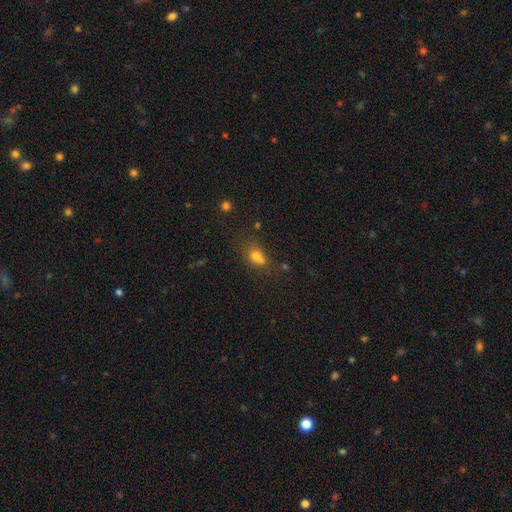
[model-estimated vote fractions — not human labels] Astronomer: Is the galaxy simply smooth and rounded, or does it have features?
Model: smooth — 71%.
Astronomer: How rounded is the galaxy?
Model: round — 56% (runner-up: in between, 42%).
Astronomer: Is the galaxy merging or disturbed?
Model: merger — 43% (runner-up: none, 38%).